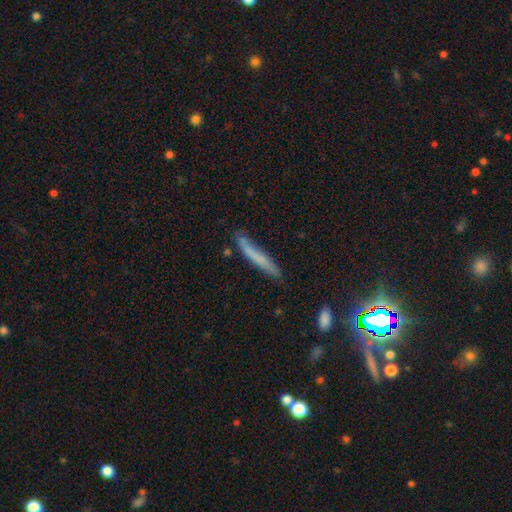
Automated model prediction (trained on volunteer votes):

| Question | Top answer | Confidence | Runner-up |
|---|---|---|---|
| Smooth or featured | smooth | 62% | featured or disk (29%) |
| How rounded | cigar-shaped | 94% | in between (4%) |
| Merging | none | 67% | minor disturbance (23%) |